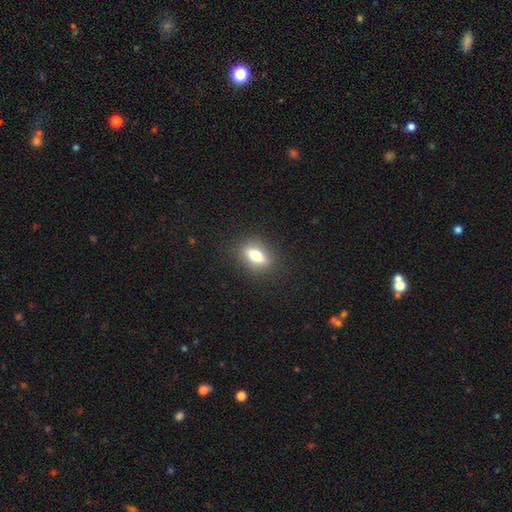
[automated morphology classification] Overall: smooth (68%). How rounded: in between (72%). Merging: none (86%).